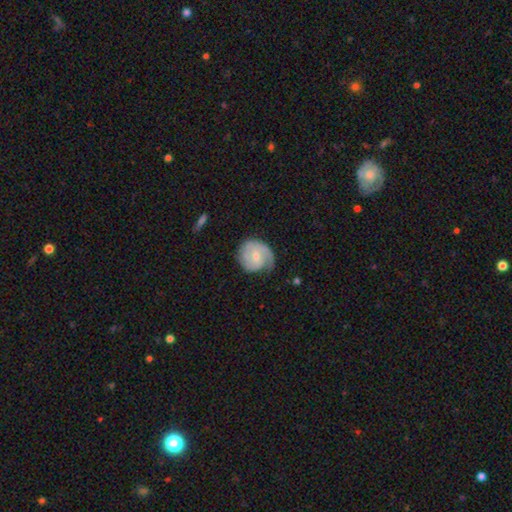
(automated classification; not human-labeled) smooth_or_featured: featured or disk (p=0.66) [alt: smooth p=0.28]
disk_edge_on: no (p=0.98) [alt: yes p=0.02]
bar: no (p=0.62) [alt: weak p=0.33]
has_spiral_arms: yes (p=0.90) [alt: no p=0.10]
spiral_winding: tight (p=0.50) [alt: medium p=0.35]
spiral_arm_count: 2 (p=0.36) [alt: can't tell p=0.22]
bulge_size: small (p=0.55) [alt: moderate p=0.41]
merging: none (p=0.59) [alt: minor disturbance p=0.27]